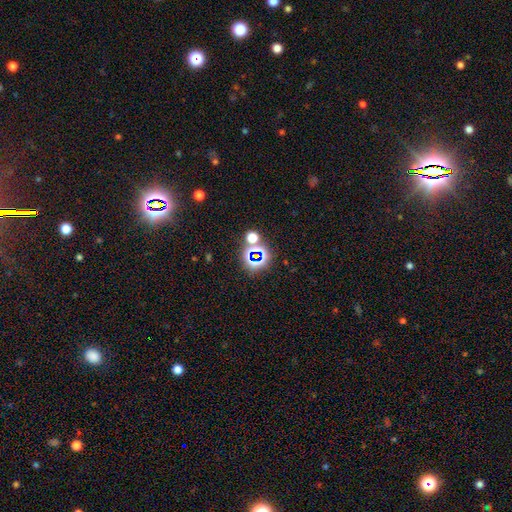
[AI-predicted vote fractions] Overall: star or artifact (63%; smooth 27%).